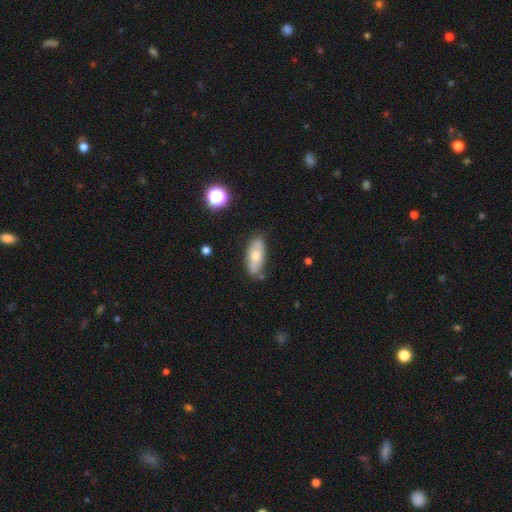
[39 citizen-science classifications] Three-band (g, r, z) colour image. It shows a smooth galaxy with no disk features (59%) that is in between round and cigar-shaped (87%). Merging: none (89%).